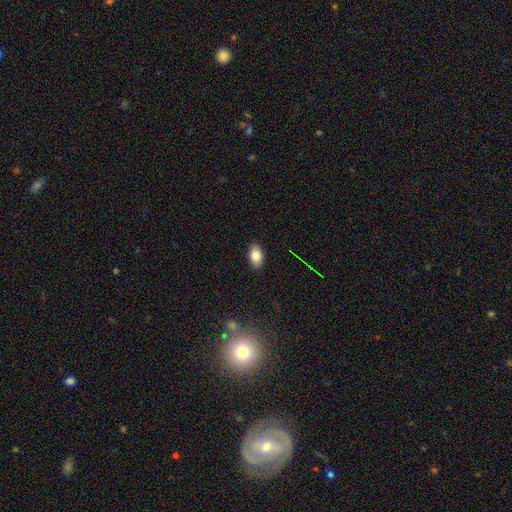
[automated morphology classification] A smooth galaxy with no disk features (82%) that is in between round and cigar-shaped (92%).

Vote fractions:
- Smooth or featured? smooth: 82% / featured or disk: 10% / star or artifact: 8%
- How rounded? in between: 92% / round: 5% / cigar-shaped: 2%
- Merging? none: 89% / minor disturbance: 8% / major disturbance: 2% / merger: 1%